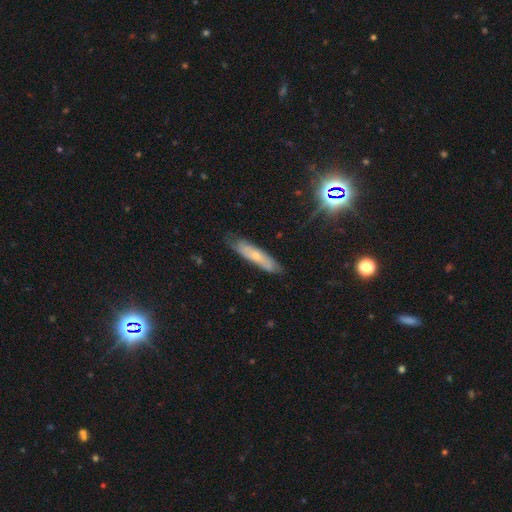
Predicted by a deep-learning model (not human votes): smooth_or_featured: featured or disk (p=0.48) [alt: smooth p=0.43]
merging: none (p=0.72) [alt: minor disturbance p=0.22]